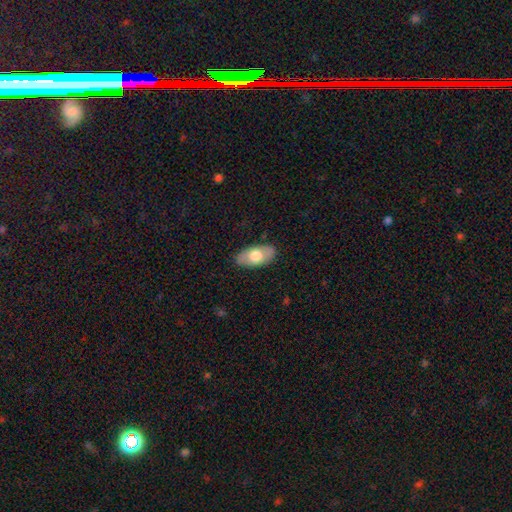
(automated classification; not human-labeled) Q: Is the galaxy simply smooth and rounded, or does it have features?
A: smooth — 64%.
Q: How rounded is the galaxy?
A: in between — 93%.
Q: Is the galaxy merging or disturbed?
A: none — 85%.